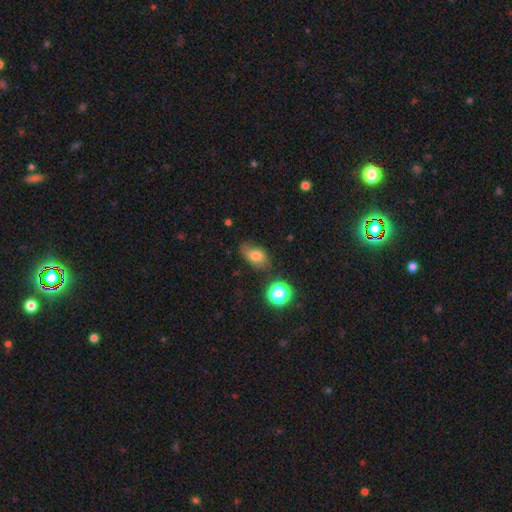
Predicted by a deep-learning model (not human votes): Smooth or featured? smooth (65%)
How rounded? in between (78%)
Merging? none (58%)